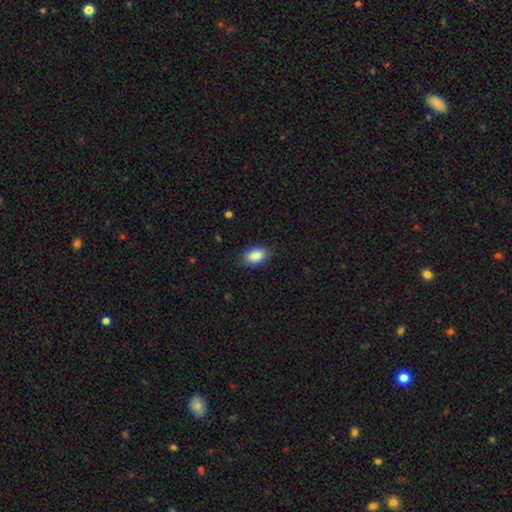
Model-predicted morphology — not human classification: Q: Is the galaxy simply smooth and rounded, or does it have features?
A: smooth — 88%.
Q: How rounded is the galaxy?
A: in between — 92%.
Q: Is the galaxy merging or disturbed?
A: none — 85%.